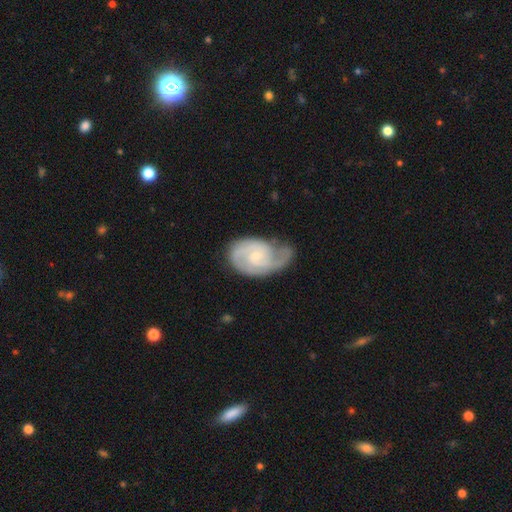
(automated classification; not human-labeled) A featured or disk galaxy (84%) with no bar (62%), 2 (67%) tight (47%) spiral arms (96%) and a small central bulge (70%). Merging: none (54%).